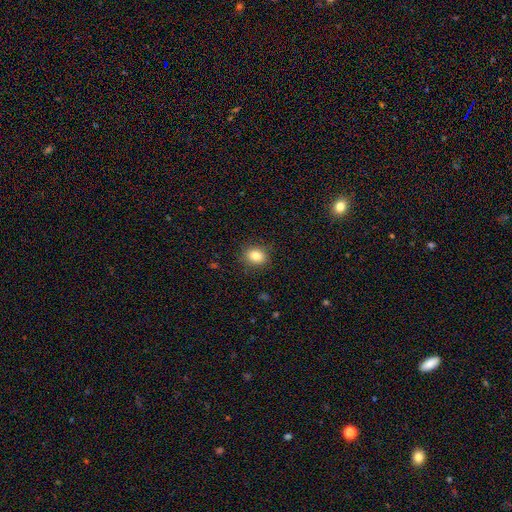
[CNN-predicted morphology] This is clearly a smooth galaxy (84%). How rounded: possibly round (50%). Merging: clearly none (86%).